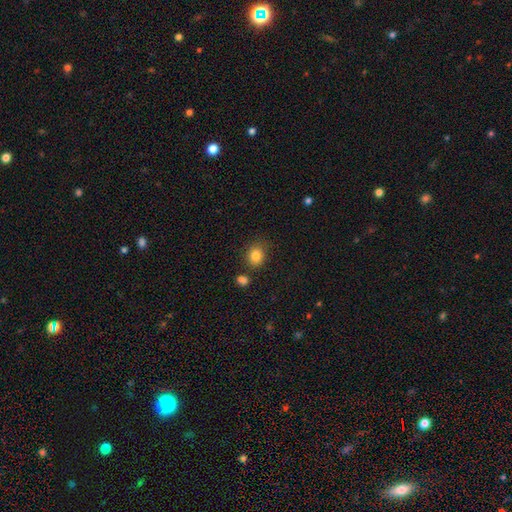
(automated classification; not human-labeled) A smooth galaxy with no disk features (84%) that is round (67%).

Vote fractions:
- Smooth or featured? smooth: 84% / star or artifact: 11% / featured or disk: 5%
- How rounded? round: 67% / in between: 32% / cigar-shaped: 1%
- Merging? none: 76% / minor disturbance: 13% / merger: 7% / major disturbance: 4%